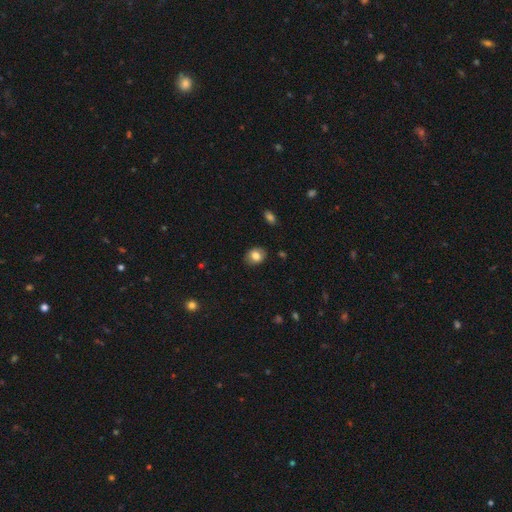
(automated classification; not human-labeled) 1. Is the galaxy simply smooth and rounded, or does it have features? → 80% smooth, 11% featured or disk, 9% star or artifact.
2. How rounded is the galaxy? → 56% in between, 43% round, 1% cigar-shaped.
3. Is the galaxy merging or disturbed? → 83% none, 13% minor disturbance, 3% major disturbance, 1% merger.